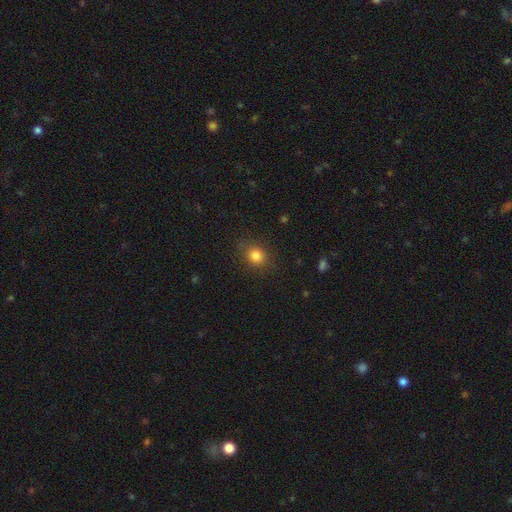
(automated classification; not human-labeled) Smooth or featured?
  - smooth: 83% *
  - star or artifact: 12%
  - featured or disk: 5%
How rounded?
  - round: 68% *
  - in between: 31%
  - cigar-shaped: 1%
Merging?
  - none: 85% *
  - minor disturbance: 10%
  - major disturbance: 4%
  - merger: 1%